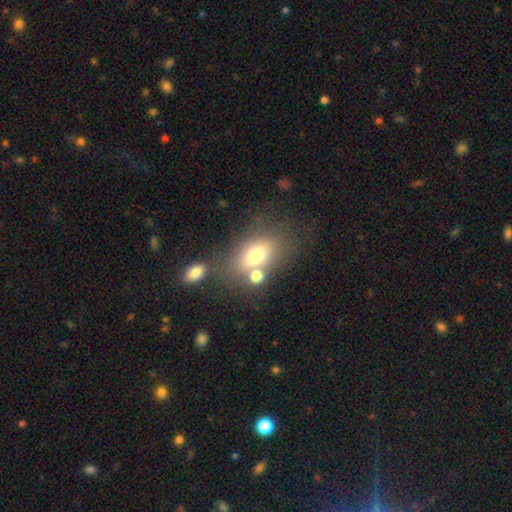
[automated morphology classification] Smooth or featured? Predicted: smooth (p=0.70). How rounded? Predicted: in between (p=0.78). Merging? Predicted: none (p=0.51).